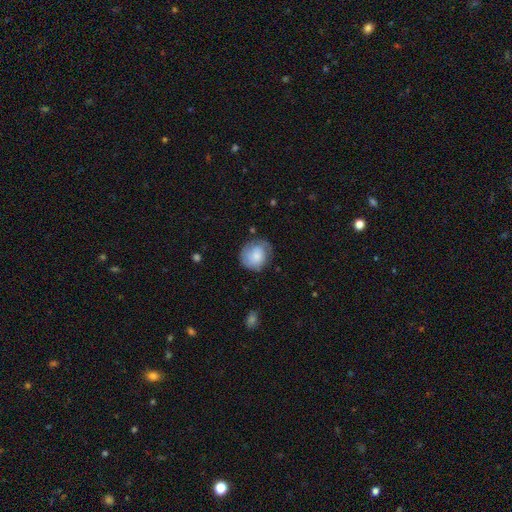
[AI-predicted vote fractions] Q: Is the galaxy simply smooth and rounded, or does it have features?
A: smooth — 64%.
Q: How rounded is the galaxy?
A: round — 78%.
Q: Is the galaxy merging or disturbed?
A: none — 67%.